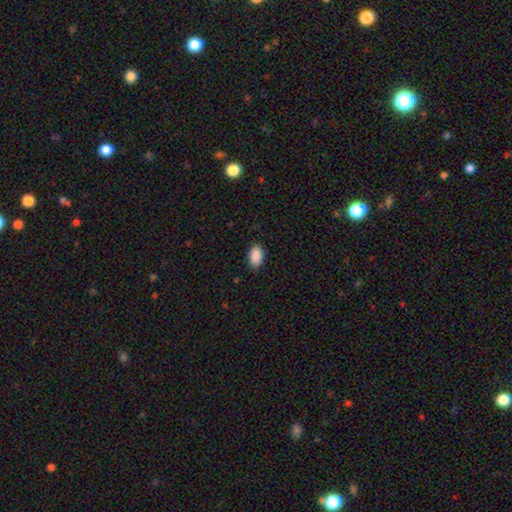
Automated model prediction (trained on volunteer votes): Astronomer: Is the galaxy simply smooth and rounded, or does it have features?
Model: smooth — 90%.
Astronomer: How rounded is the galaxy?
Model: in between — 93%.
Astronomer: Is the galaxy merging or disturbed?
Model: none — 87%.